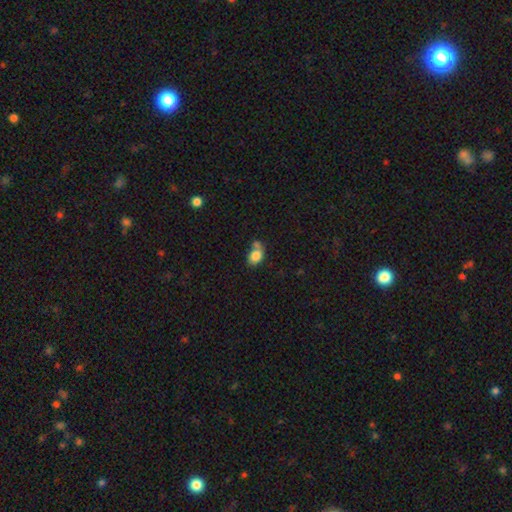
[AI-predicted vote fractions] Smooth or featured? smooth (80%)
How rounded? in between (68%)
Merging? merger (38%)